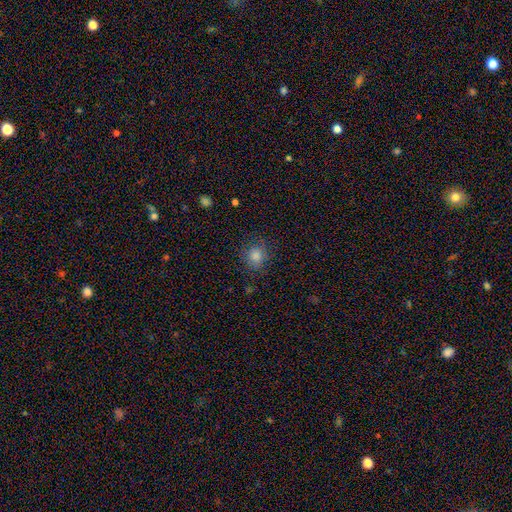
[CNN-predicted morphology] smooth 79%, star or artifact 14%, featured or disk 7%. Down the decision tree: how rounded — round (79%); merging — none (81%).